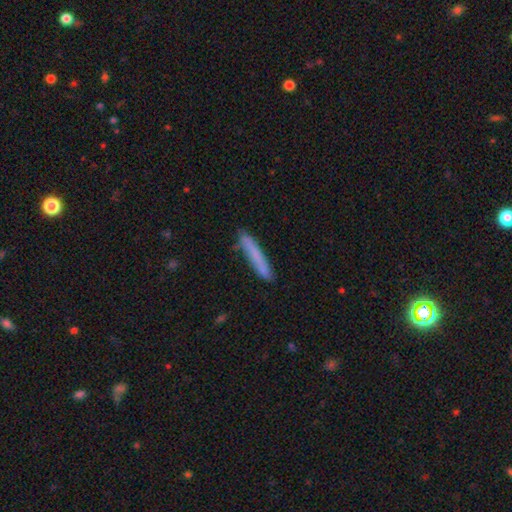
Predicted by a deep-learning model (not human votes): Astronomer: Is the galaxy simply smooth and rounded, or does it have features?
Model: smooth — 74%.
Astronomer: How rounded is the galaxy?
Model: cigar-shaped — 96%.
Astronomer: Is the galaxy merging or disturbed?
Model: none — 84%.